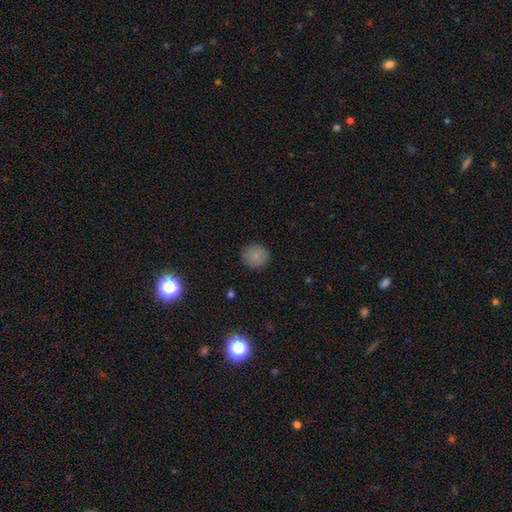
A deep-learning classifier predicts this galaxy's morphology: A smooth galaxy with no disk features (86%) that is round (89%). Merging: none (88%).